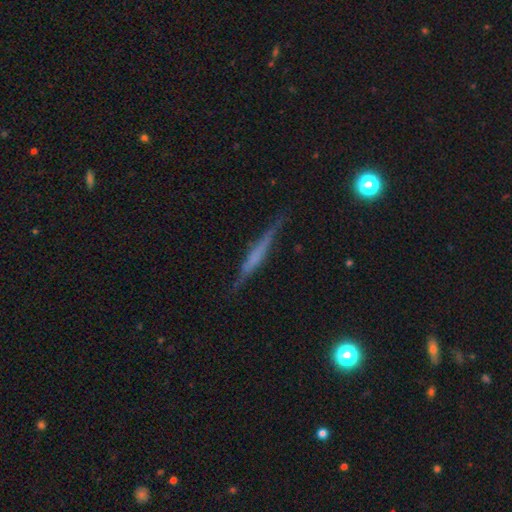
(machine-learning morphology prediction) type=featured or disk (60%); edge-on=yes (96%); edge-on bulge=none (58%); merging=none (86%).